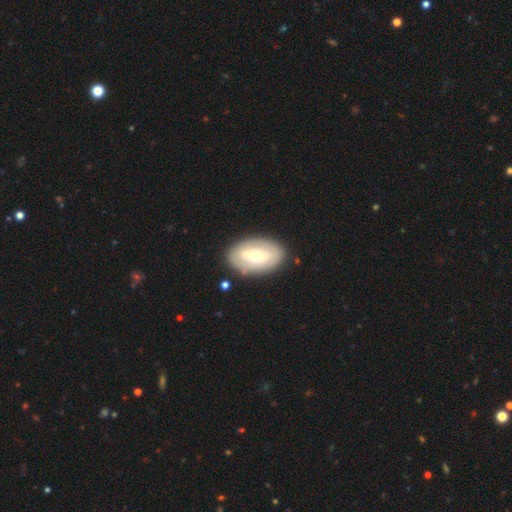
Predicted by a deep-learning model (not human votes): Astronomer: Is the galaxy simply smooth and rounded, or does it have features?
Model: smooth — 49% (runner-up: featured or disk, 45%).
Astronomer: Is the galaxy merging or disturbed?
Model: none — 83%.